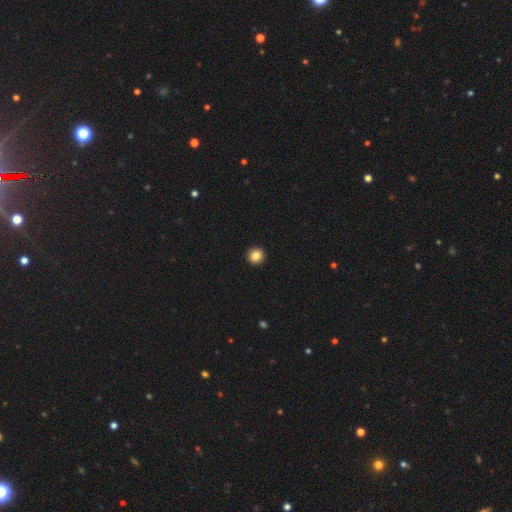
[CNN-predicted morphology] smooth_or_featured: smooth (p=0.85) [alt: star or artifact p=0.09]
how_rounded: round (p=0.94) [alt: in between p=0.05]
merging: none (p=0.94) [alt: minor disturbance p=0.03]